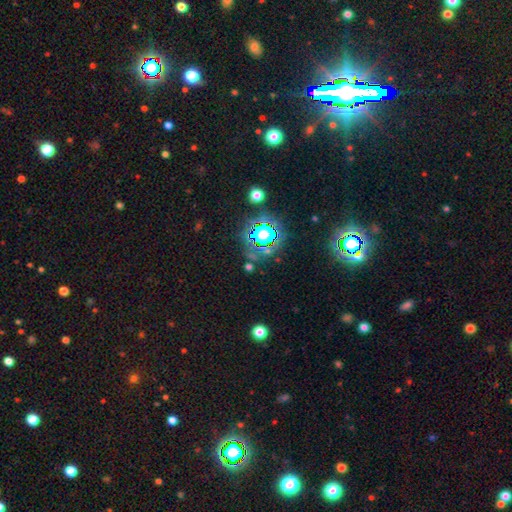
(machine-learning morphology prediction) smooth_or_featured: star or artifact (p=0.83) [alt: smooth p=0.09]